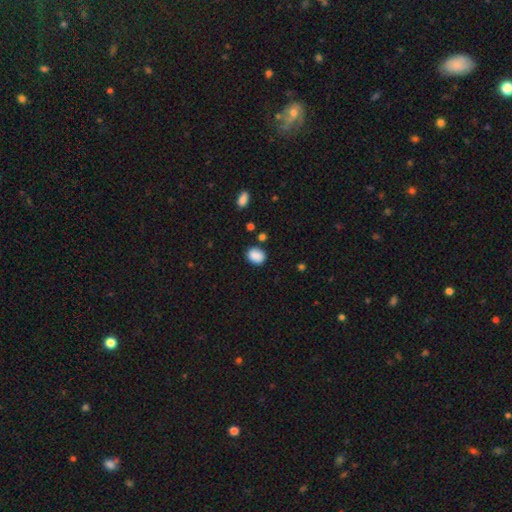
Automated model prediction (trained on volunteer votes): smooth_or_featured: smooth (p=0.86) [alt: star or artifact p=0.08]
how_rounded: round (p=0.52) [alt: in between p=0.47]
merging: none (p=0.77) [alt: minor disturbance p=0.15]